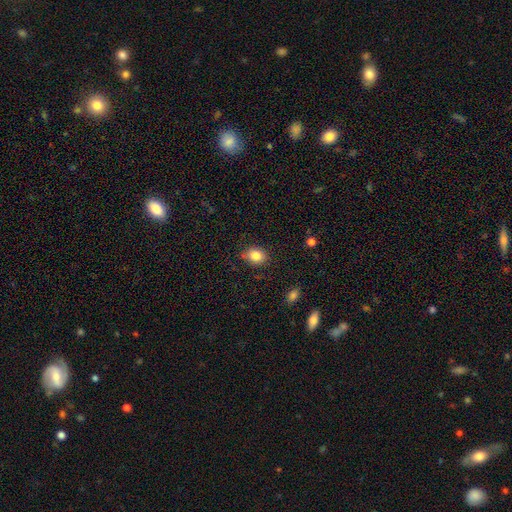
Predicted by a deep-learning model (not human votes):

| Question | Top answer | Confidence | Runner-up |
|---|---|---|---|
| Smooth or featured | smooth | 85% | star or artifact (9%) |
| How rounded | in between | 56% | round (43%) |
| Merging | none | 82% | minor disturbance (14%) |